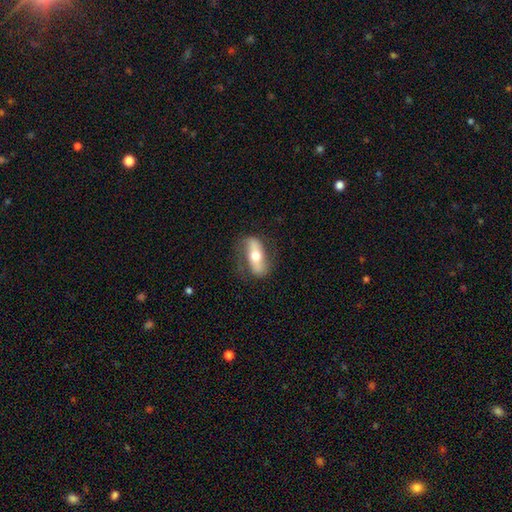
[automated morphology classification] featured or disk 54%, smooth 41%, star or artifact 6%. Down the decision tree: edge-on disk — no (69%); merging — none (76%).